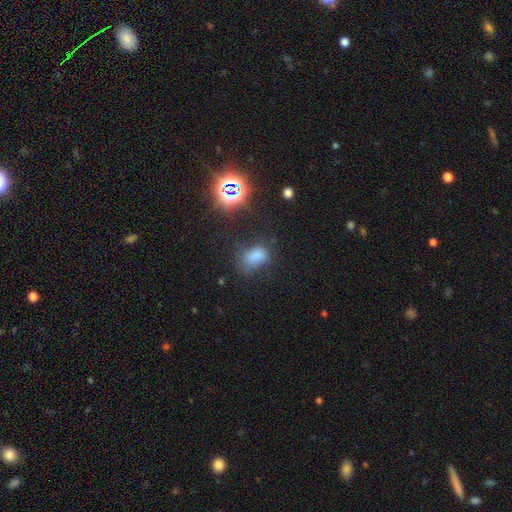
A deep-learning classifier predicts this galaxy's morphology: smooth 64%, star or artifact 25%, featured or disk 10%. Down the decision tree: how rounded — in between (79%); merging — none (52%).